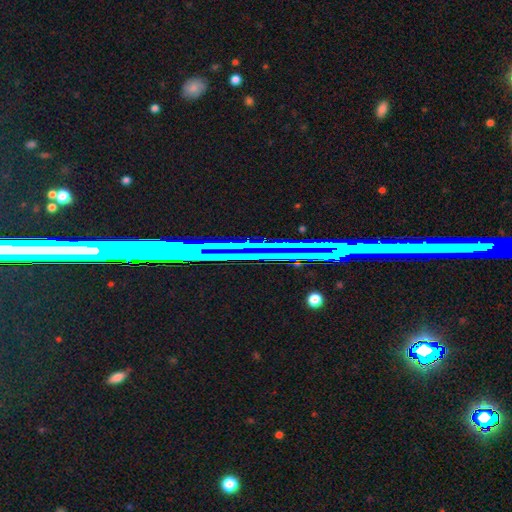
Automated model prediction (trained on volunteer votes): A star or artifact, not a galaxy (77%).

Vote fractions:
- Smooth or featured? star or artifact: 77% / featured or disk: 14% / smooth: 9%